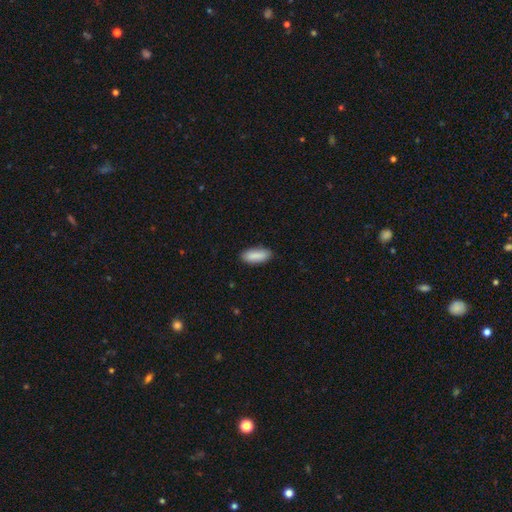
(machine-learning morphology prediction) Smooth or featured: smooth — 88% (star or artifact — 6%)
How rounded: in between — 70% (cigar-shaped — 28%)
Merging: none — 85% (minor disturbance — 12%)